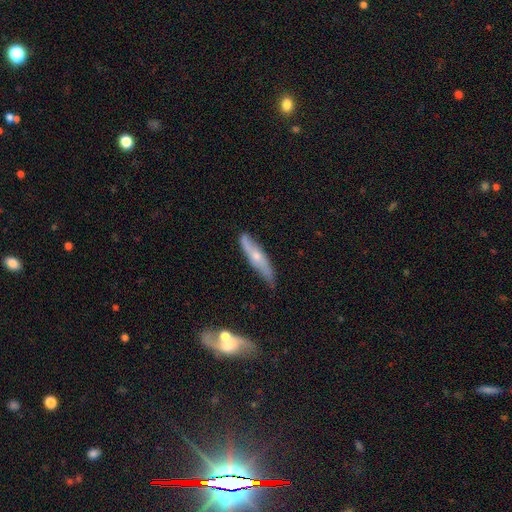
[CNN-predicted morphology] Smooth or featured: featured or disk — 56% (smooth — 38%)
Edge-on disk: yes — 64% (no — 36%)
Merging: none — 67% (minor disturbance — 25%)